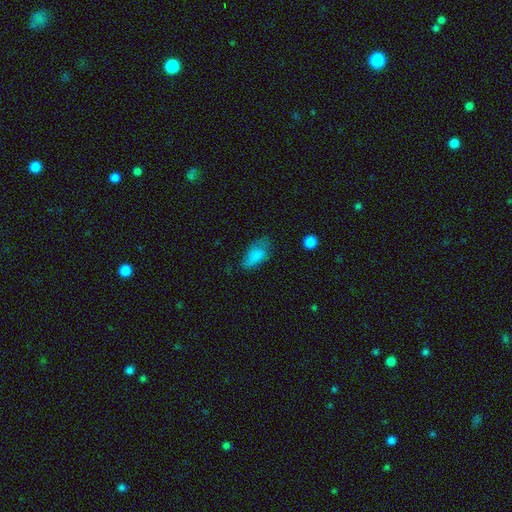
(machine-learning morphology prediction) type=smooth (80%); roundness=in between (89%); merging=none (53%).